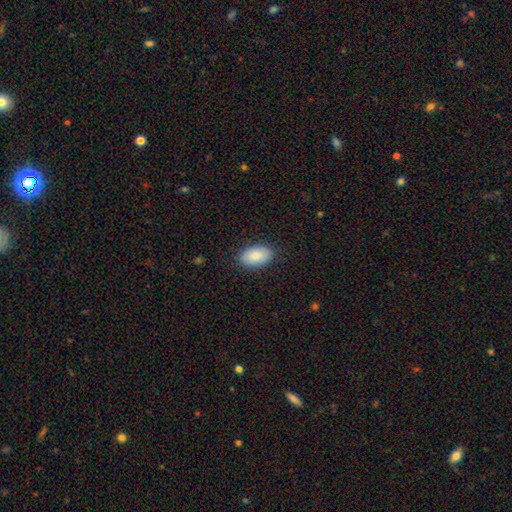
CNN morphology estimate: Smooth or featured: smooth — 87% (featured or disk — 7%)
How rounded: in between — 94% (round — 4%)
Merging: none — 87% (minor disturbance — 10%)